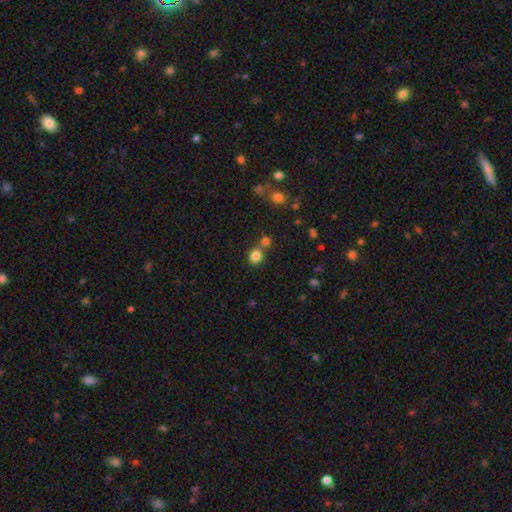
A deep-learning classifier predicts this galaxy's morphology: The model was most divided on "merging": none: 63%, merger: 24%, minor disturbance: 9%, major disturbance: 3%. More confident: smooth or featured — smooth (83%); how rounded — round (71%).